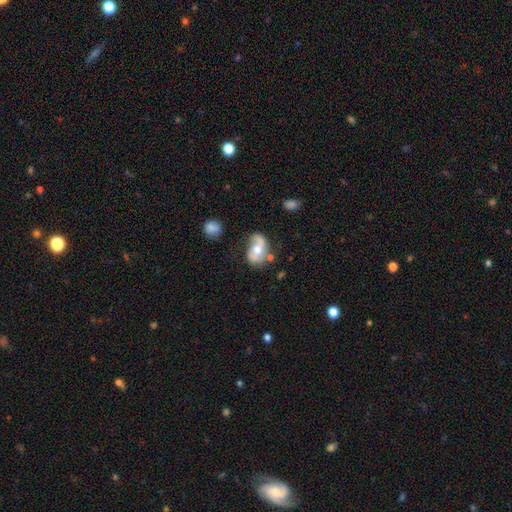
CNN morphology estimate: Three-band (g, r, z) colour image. It shows a featured or disk galaxy (61%) with no bar (58%), spiral arms (74%) and a moderate central bulge (73%). Merging: none (52%).